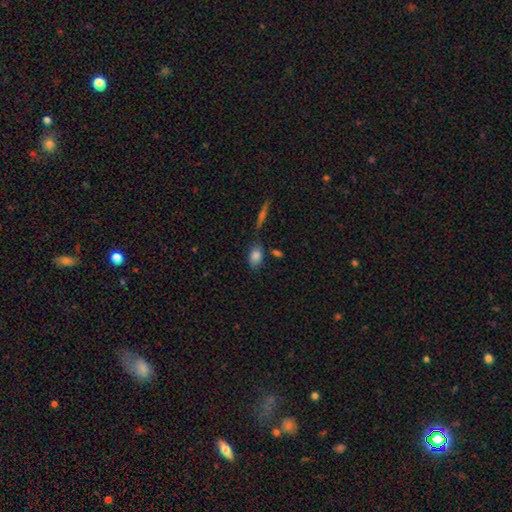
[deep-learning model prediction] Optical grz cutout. It shows a smooth galaxy with no disk features (84%) that is in between round and cigar-shaped (85%). Merging: none (75%).